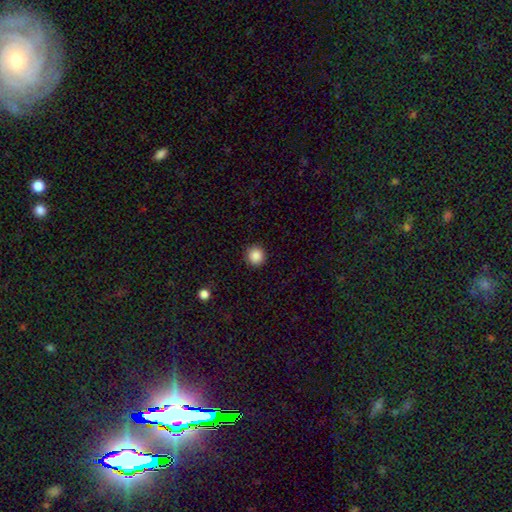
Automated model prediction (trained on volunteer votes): smooth_or_featured: smooth (p=0.88) [alt: star or artifact p=0.09]
how_rounded: round (p=0.94) [alt: in between p=0.05]
merging: none (p=0.92) [alt: minor disturbance p=0.05]